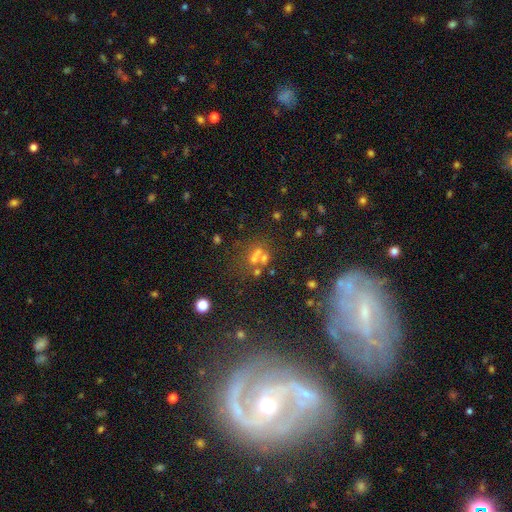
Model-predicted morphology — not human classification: smooth-or-featured: star or artifact: 44% | smooth: 36% | featured or disk: 20%